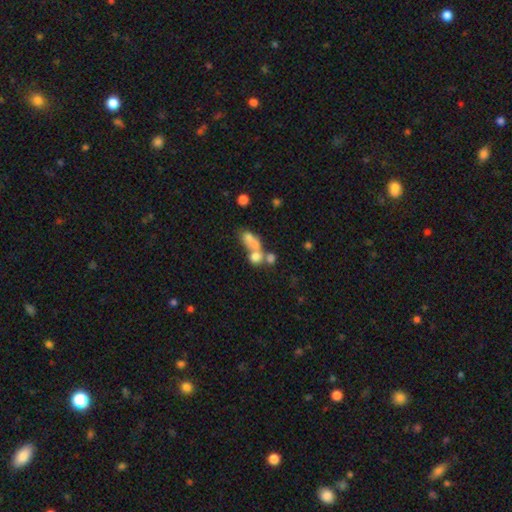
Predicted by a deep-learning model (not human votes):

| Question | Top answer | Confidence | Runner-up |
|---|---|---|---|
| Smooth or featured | smooth | 63% | featured or disk (23%) |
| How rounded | round | 48% | in between (45%) |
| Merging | merger | 61% | none (23%) |